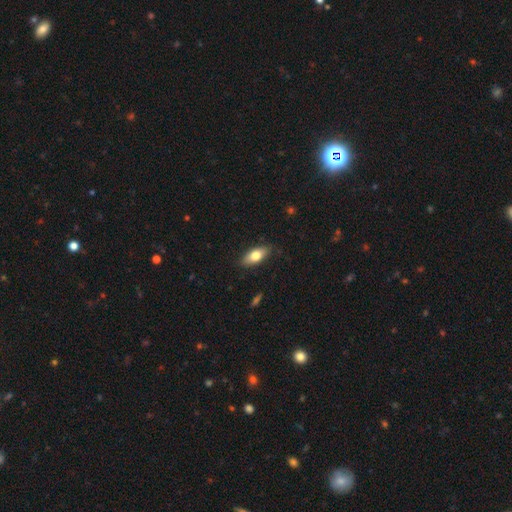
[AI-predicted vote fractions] Smooth or featured? smooth (76%)
How rounded? in between (84%)
Merging? none (85%)